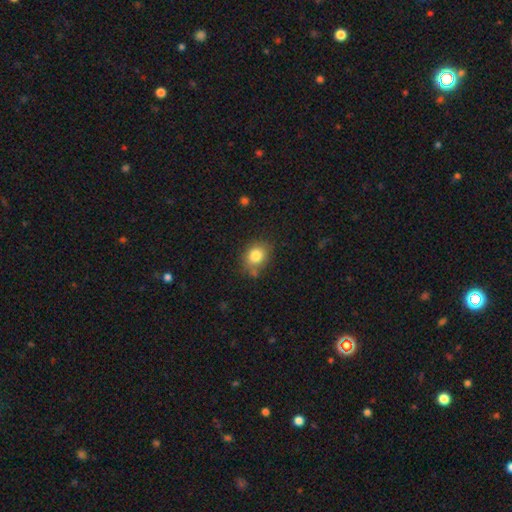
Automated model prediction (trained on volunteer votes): Smooth or featured?
  - smooth: 82% *
  - star or artifact: 10%
  - featured or disk: 8%
How rounded?
  - round: 54% *
  - in between: 45%
  - cigar-shaped: 1%
Merging?
  - none: 72% *
  - minor disturbance: 18%
  - merger: 5%
  - major disturbance: 4%